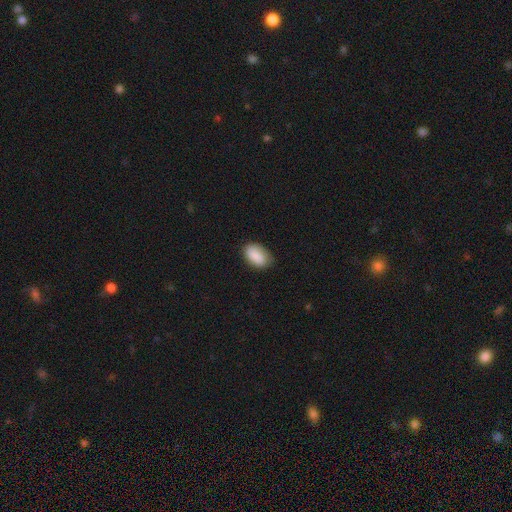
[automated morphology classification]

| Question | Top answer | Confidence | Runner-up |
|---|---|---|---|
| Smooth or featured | smooth | 86% | featured or disk (8%) |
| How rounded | in between | 92% | round (7%) |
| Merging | none | 73% | minor disturbance (22%) |